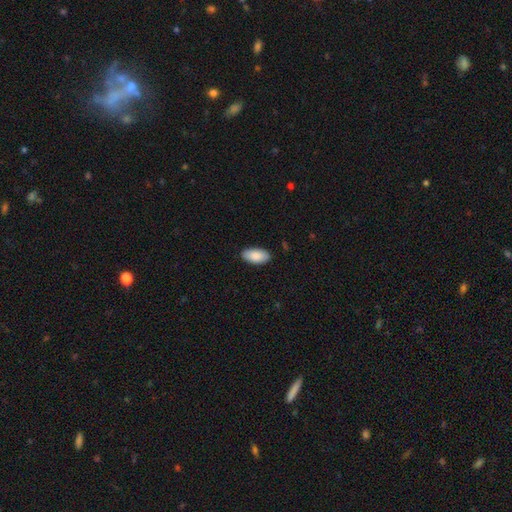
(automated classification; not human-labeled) smooth-or-featured: smooth: 89% | star or artifact: 6% | featured or disk: 5%
  how-rounded: in between: 95% | cigar-shaped: 3% | round: 2%
  merging: none: 88% | minor disturbance: 9% | major disturbance: 2% | merger: 1%